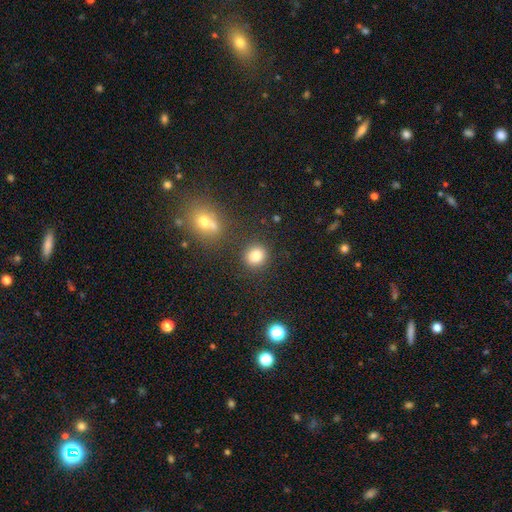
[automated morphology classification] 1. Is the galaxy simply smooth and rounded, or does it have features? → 82% smooth, 12% star or artifact, 6% featured or disk.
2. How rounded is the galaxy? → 81% round, 18% in between, 1% cigar-shaped.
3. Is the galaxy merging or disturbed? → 84% none, 8% minor disturbance, 5% merger, 3% major disturbance.